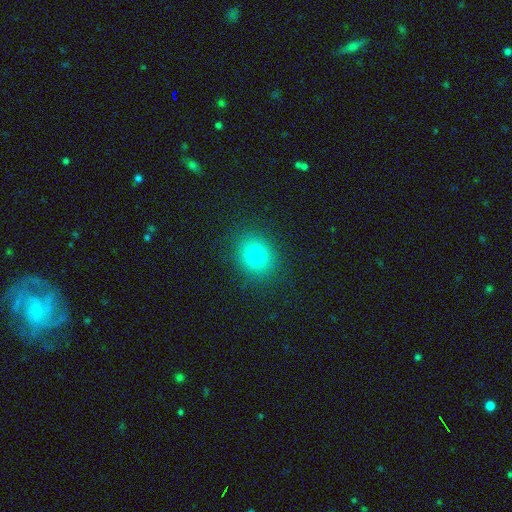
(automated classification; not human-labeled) Smooth or featured?
  - smooth: 78% *
  - star or artifact: 14%
  - featured or disk: 9%
How rounded?
  - round: 68% *
  - in between: 31%
  - cigar-shaped: 1%
Merging?
  - none: 88% *
  - minor disturbance: 8%
  - major disturbance: 3%
  - merger: 1%